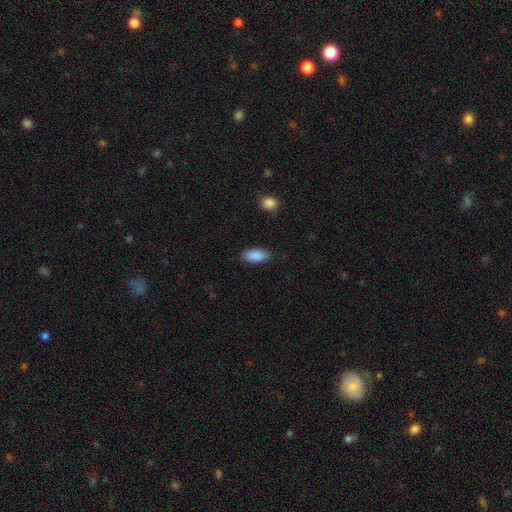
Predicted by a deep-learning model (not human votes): Overall: smooth (89%). How rounded: in between (89%). Merging: none (85%).